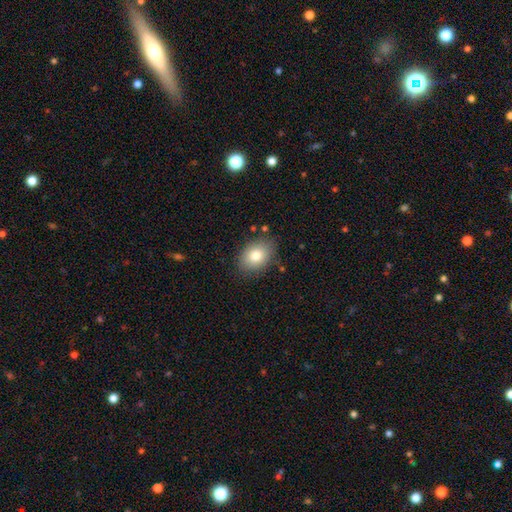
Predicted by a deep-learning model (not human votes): Smooth or featured: smooth — 81% (featured or disk — 11%)
How rounded: in between — 78% (round — 21%)
Merging: none — 82% (minor disturbance — 13%)